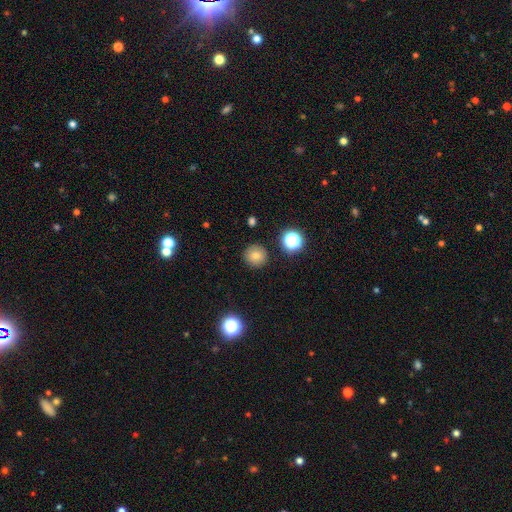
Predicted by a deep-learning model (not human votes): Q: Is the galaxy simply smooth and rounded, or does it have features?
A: smooth — 76%.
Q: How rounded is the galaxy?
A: round — 94%.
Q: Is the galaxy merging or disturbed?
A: none — 90%.